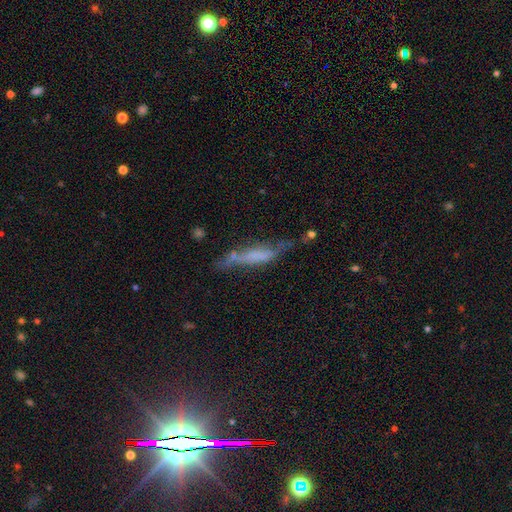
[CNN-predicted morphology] smooth_or_featured: featured or disk (p=0.50) [alt: smooth p=0.39]
merging: none (p=0.40) [alt: minor disturbance p=0.28]